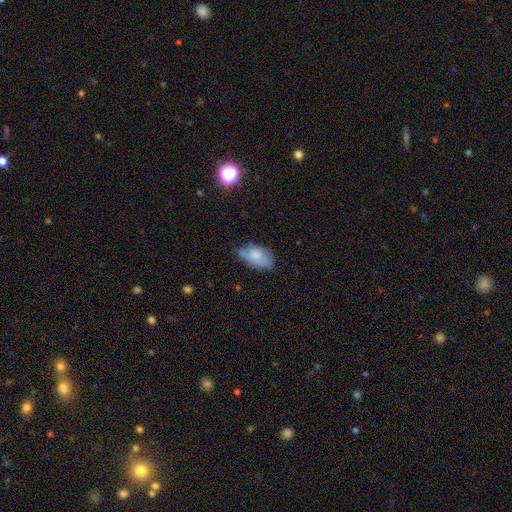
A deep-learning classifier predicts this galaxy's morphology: smooth_or_featured: smooth (p=0.76) [alt: featured or disk p=0.17]
how_rounded: in between (p=0.93) [alt: round p=0.05]
merging: none (p=0.54) [alt: minor disturbance p=0.35]